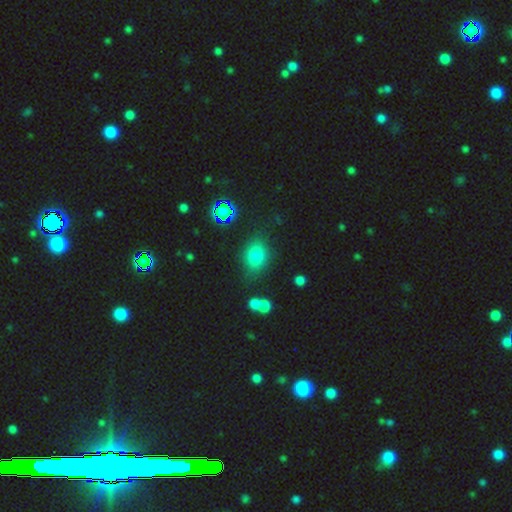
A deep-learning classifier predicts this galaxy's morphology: This appears to be a smooth galaxy with no disk features (73%) that is round (51%). Merging: none (76%).